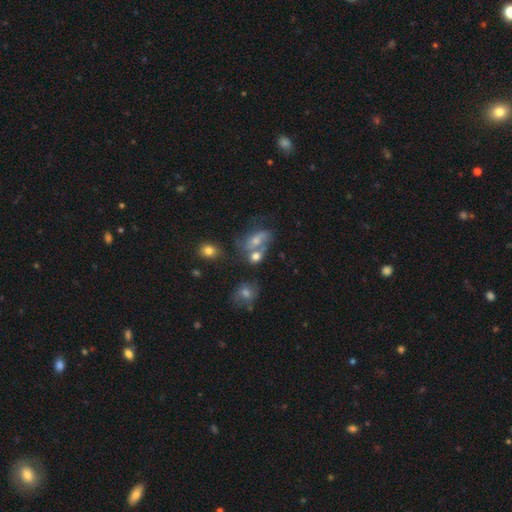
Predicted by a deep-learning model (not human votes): A smooth galaxy with no disk features (54%) that is in between round and cigar-shaped (68%). Merging: merger (44%).